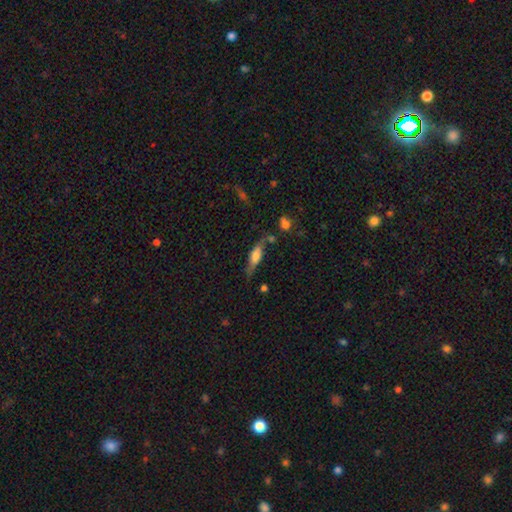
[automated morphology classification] The model was most divided on "how rounded": cigar-shaped: 50%, in between: 47%, round: 3%. More confident: merging — none (61%); smooth or featured — smooth (54%).